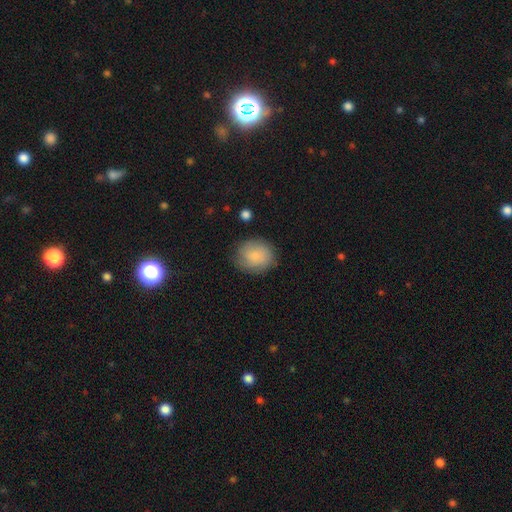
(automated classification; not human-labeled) smooth_or_featured: smooth (p=0.81) [alt: featured or disk p=0.13]
how_rounded: round (p=0.79) [alt: in between p=0.20]
merging: none (p=0.80) [alt: minor disturbance p=0.14]